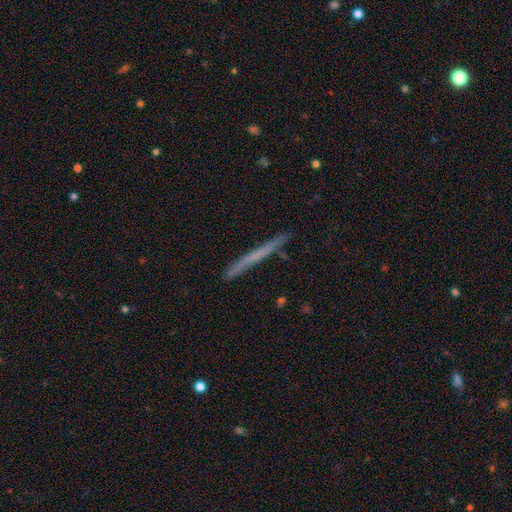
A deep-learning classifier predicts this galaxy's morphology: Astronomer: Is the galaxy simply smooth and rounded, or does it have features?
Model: smooth — 50% (runner-up: featured or disk, 44%).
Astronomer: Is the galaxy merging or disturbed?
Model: none — 90%.